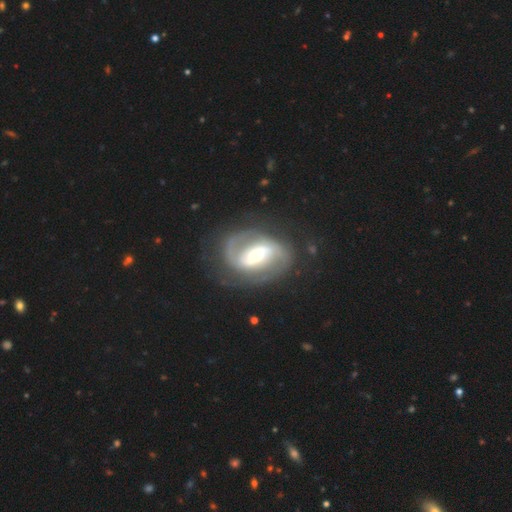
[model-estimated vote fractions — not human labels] smooth_or_featured: featured or disk (p=0.88) [alt: smooth p=0.07]
disk_edge_on: no (p=0.97) [alt: yes p=0.03]
bar: strong (p=0.40) [alt: weak p=0.39]
has_spiral_arms: yes (p=0.95) [alt: no p=0.05]
spiral_winding: medium (p=0.50) [alt: tight p=0.32]
spiral_arm_count: 2 (p=0.89) [alt: can't tell p=0.04]
bulge_size: moderate (p=0.58) [alt: small p=0.31]
merging: none (p=0.78) [alt: minor disturbance p=0.13]